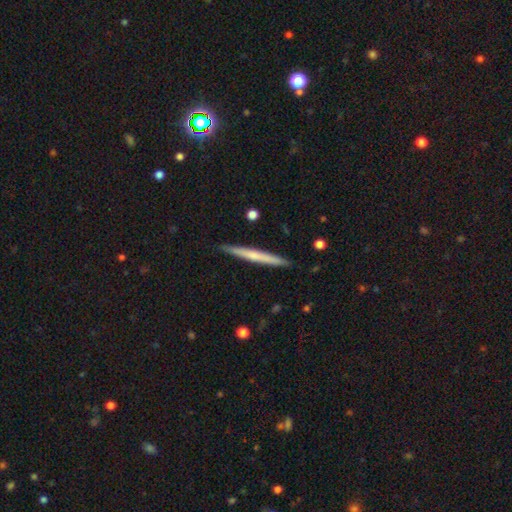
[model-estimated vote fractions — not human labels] Q: Smooth or featured?
A: smooth (49%); runner-up: featured or disk (46%)
Q: Merging?
A: none (91%); runner-up: minor disturbance (7%)